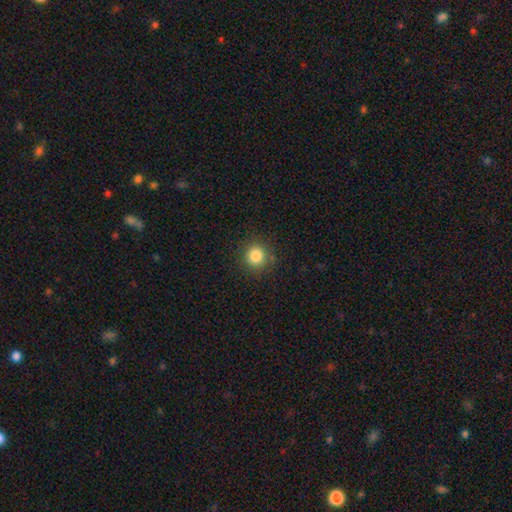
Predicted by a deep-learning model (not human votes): smooth-or-featured: smooth: 84% | star or artifact: 12% | featured or disk: 5%
  how-rounded: round: 92% | in between: 7% | cigar-shaped: 1%
  merging: none: 88% | minor disturbance: 8% | major disturbance: 3% | merger: 1%